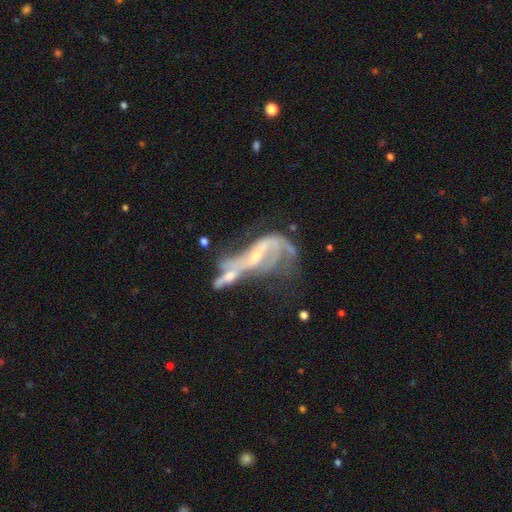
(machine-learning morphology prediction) smooth-or-featured: featured or disk: 79% | smooth: 11% | star or artifact: 10%
  disk-edge-on: no: 90% | yes: 10%
    bar: no: 42% | weak: 33% | strong: 24%
    has-spiral-arms: yes: 78% | no: 22%
      spiral-winding: loose: 67% | medium: 23% | tight: 10%
      spiral-arm-count: 2: 60% | can't tell: 17% | 1: 15% | 3: 4% | 4: 2% | more than 4: 2%
    bulge-size: small: 56% | moderate: 27% | none: 13% | large: 2% | dominant: 1%
  merging: merger: 61% | major disturbance: 20% | none: 11% | minor disturbance: 7%